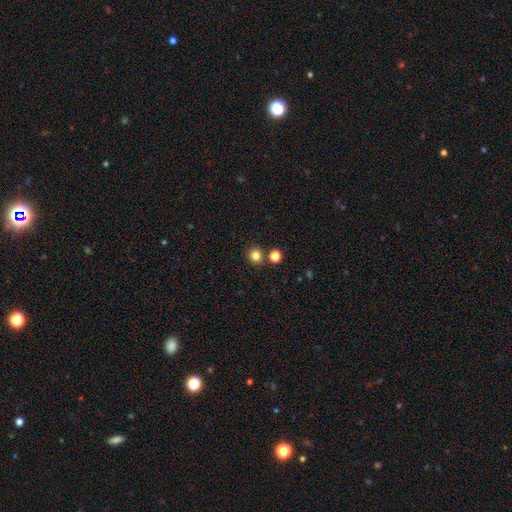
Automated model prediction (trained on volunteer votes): The model was most divided on "smooth or featured": smooth: 82%, star or artifact: 13%, featured or disk: 4%. More confident: how rounded — round (89%); merging — none (81%).